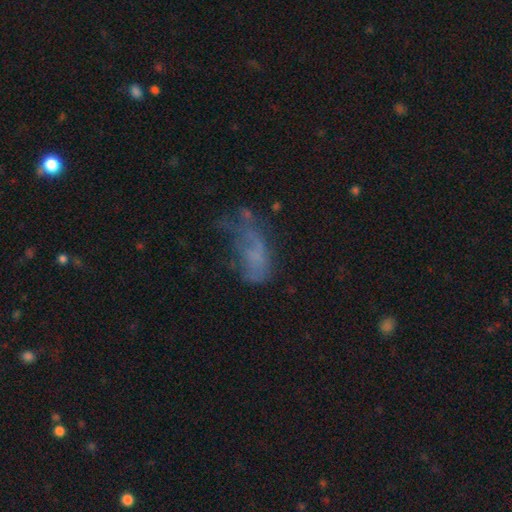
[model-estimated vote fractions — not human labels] smooth 42%, featured or disk 38%, star or artifact 20%. Down the decision tree: merging — major disturbance (42%).